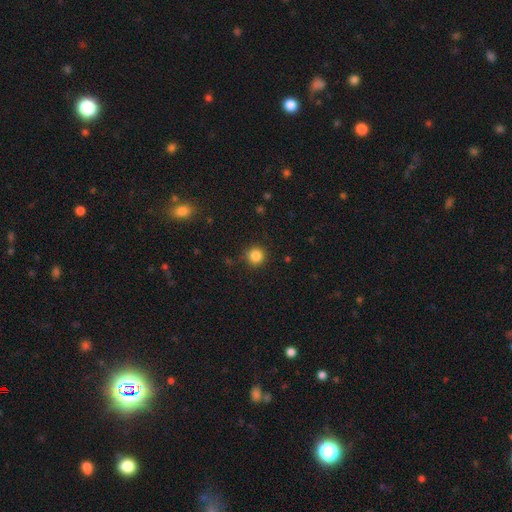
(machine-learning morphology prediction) This is clearly a smooth galaxy (84%). How rounded: clearly round (94%). Merging: clearly none (88%).